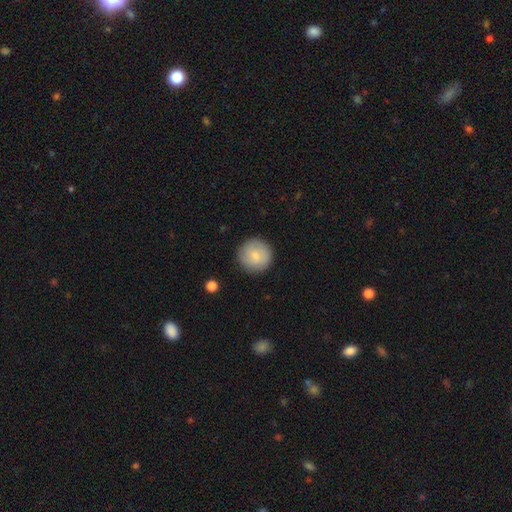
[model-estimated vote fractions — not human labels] Overall: smooth (75%). How rounded: round (95%). Merging: none (89%).